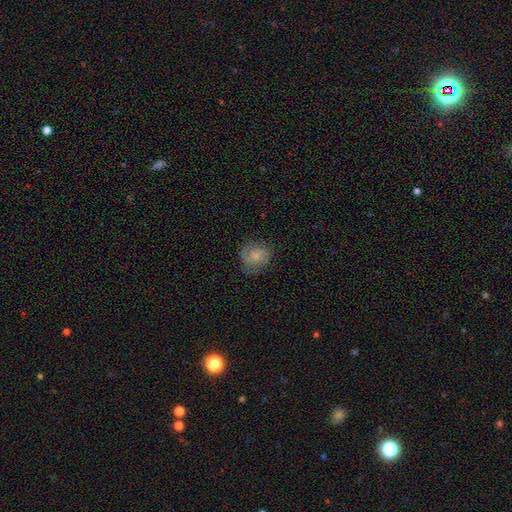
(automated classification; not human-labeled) smooth_or_featured: featured or disk (p=0.50) [alt: smooth p=0.41]
disk_edge_on: no (p=0.97) [alt: yes p=0.03]
merging: none (p=0.72) [alt: minor disturbance p=0.19]